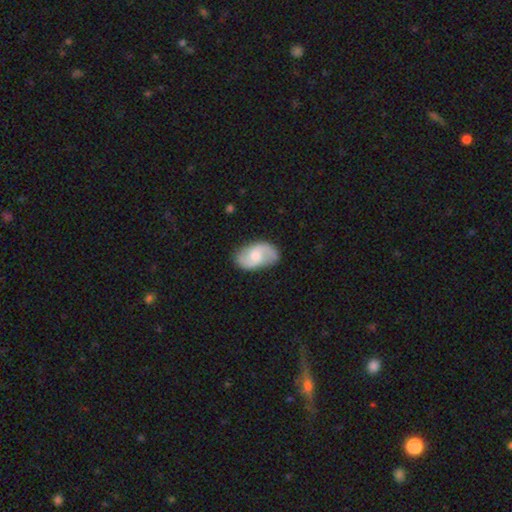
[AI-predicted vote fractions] A featured or disk galaxy (74%) with no bar (49%), 2 (90%) medium (47%) spiral arms (95%) and a moderate central bulge (44%).

Vote fractions:
- Smooth or featured? featured or disk: 74% / smooth: 20% / star or artifact: 5%
- Edge-on disk? no: 97% / yes: 3%
- Bar? no: 49% / weak: 45% / strong: 7%
- Spiral arms? yes: 95% / no: 5%
- Spiral winding? medium: 47% / loose: 37% / tight: 16%
- Spiral arm count? 2: 90% / can't tell: 4% / 1: 3% / 3: 1% / 4: 1% / more than 4: 1%
- Bulge size? moderate: 44% / small: 36% / none: 11% / large: 8% / dominant: 1%
- Merging? none: 80% / minor disturbance: 14% / major disturbance: 4% / merger: 1%